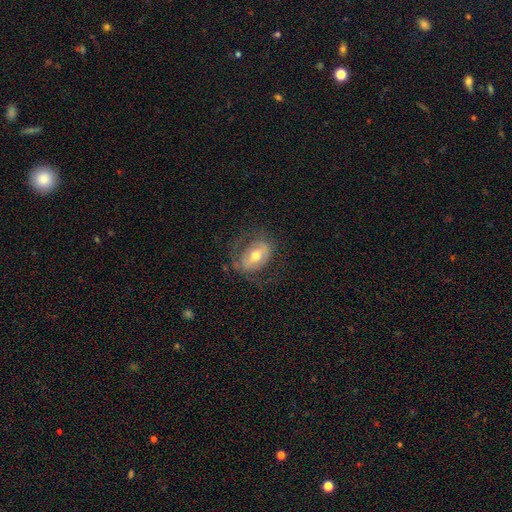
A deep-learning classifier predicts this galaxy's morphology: Q: Smooth or featured?
A: featured or disk (56%); runner-up: smooth (36%)
Q: Edge-on disk?
A: no (92%); runner-up: yes (8%)
Q: Bar?
A: weak (36%); runner-up: strong (33%)
Q: Spiral arms?
A: yes (53%); runner-up: no (47%)
Q: Bulge size?
A: moderate (69%); runner-up: small (21%)
Q: Merging?
A: none (58%); runner-up: minor disturbance (20%)